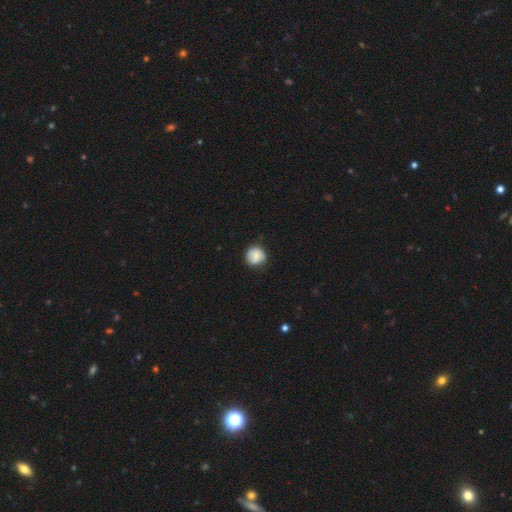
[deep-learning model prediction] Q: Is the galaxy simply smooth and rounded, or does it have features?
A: smooth — 84%.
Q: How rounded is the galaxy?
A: round — 92%.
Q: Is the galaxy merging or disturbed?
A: none — 83%.